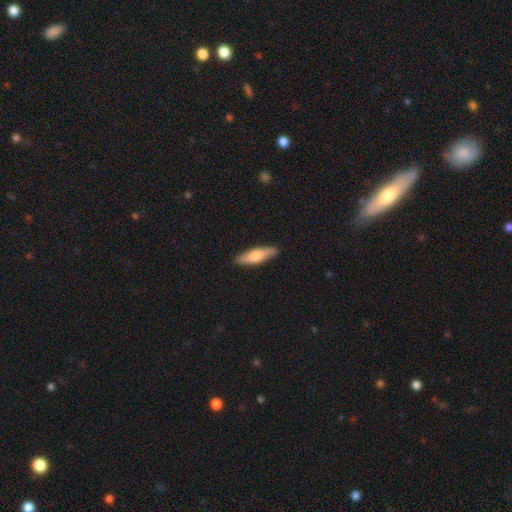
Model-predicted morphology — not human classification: This is possibly a smooth galaxy (58%). How rounded: likely cigar-shaped (71%). Merging: clearly none (89%).